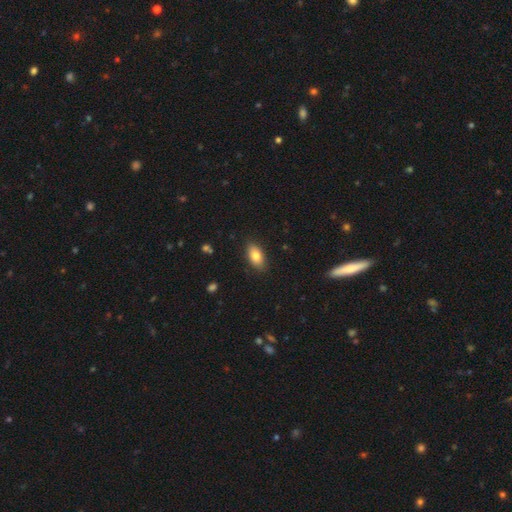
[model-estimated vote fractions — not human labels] smooth_or_featured: smooth (p=0.80) [alt: featured or disk p=0.12]
how_rounded: in between (p=0.90) [alt: round p=0.05]
merging: none (p=0.86) [alt: minor disturbance p=0.10]